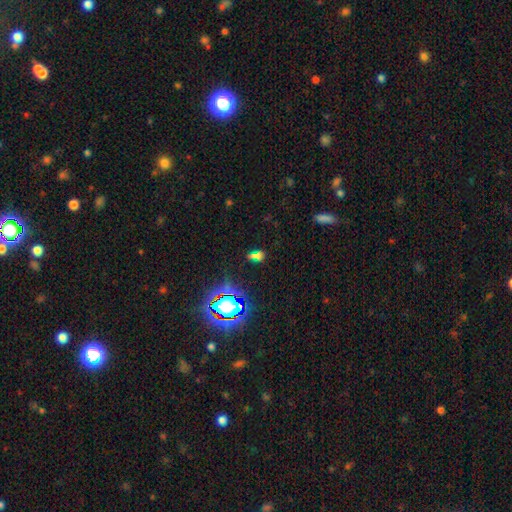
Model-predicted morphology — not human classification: smooth-or-featured: smooth: 52% | star or artifact: 37% | featured or disk: 11%
  how-rounded: in between: 66% | round: 22% | cigar-shaped: 12%
  merging: none: 62% | merger: 18% | minor disturbance: 13% | major disturbance: 7%